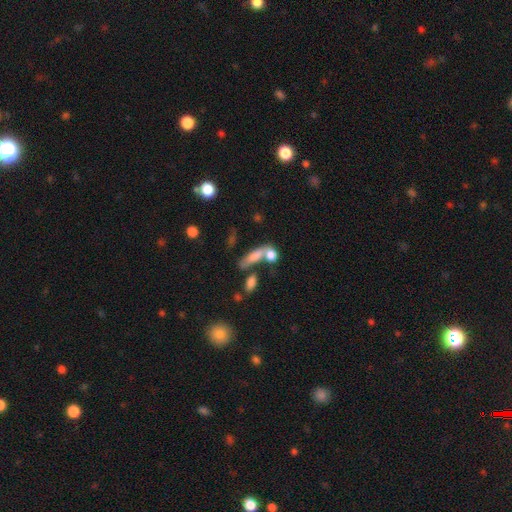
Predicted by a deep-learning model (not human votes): Smooth or featured? smooth (71%)
How rounded? in between (50%)
Merging? merger (41%)